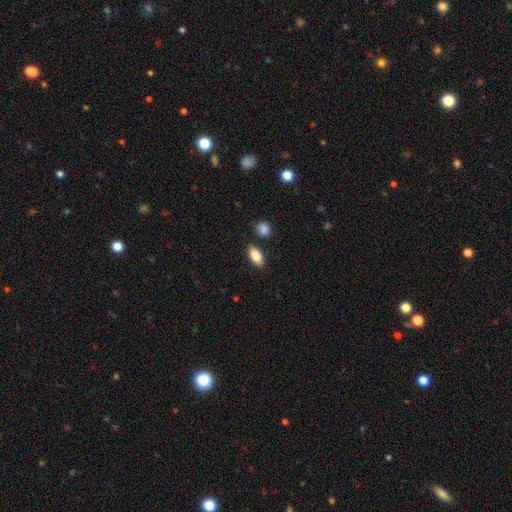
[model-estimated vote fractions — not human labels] This is clearly a smooth galaxy (83%). How rounded: clearly in between (90%). Merging: clearly none (85%).